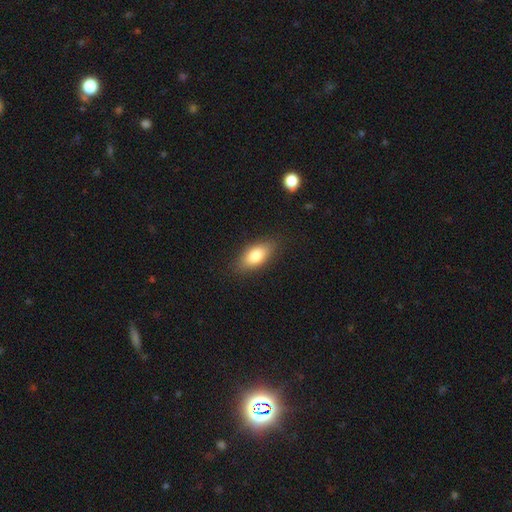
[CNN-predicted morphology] type=smooth (80%); roundness=in between (86%); merging=none (85%).